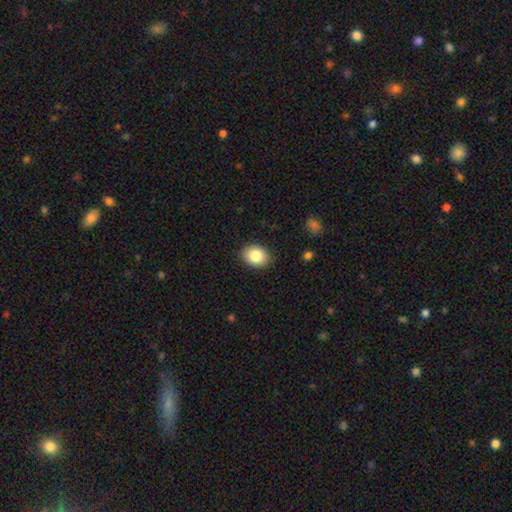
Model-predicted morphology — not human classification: A smooth galaxy with no disk features (85%) that is in between round and cigar-shaped (58%). Merging: none (88%).